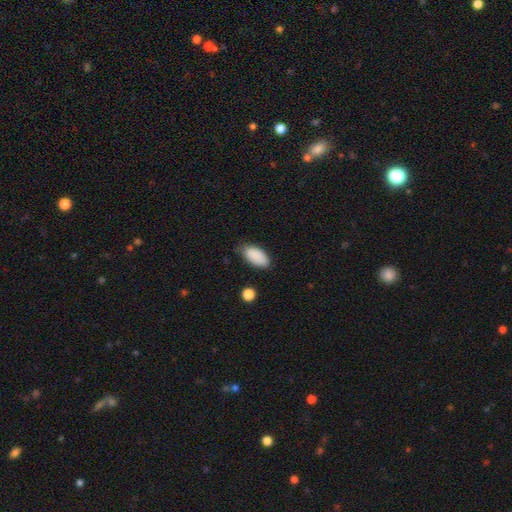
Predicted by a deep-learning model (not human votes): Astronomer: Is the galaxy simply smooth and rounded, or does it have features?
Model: smooth — 89%.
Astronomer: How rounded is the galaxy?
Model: in between — 93%.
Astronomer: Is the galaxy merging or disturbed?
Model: none — 74%.